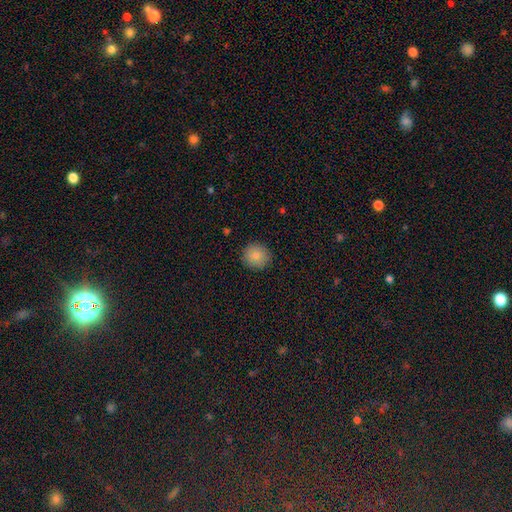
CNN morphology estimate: Smooth or featured: smooth — 82% (star or artifact — 10%)
How rounded: round — 90% (in between — 9%)
Merging: none — 91% (minor disturbance — 6%)